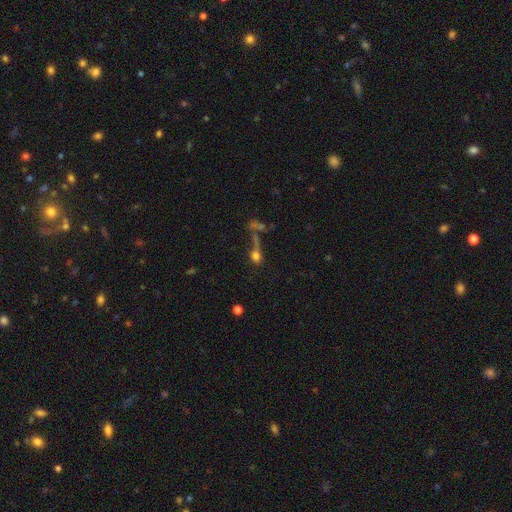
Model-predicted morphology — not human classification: smooth_or_featured: smooth (p=0.61) [alt: featured or disk p=0.20]
how_rounded: round (p=0.55) [alt: in between p=0.35]
merging: none (p=0.32) [alt: merger p=0.28]